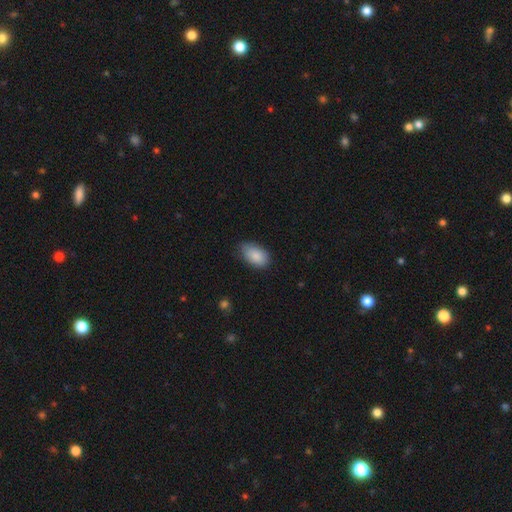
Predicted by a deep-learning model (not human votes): Smooth or featured? smooth (88%)
How rounded? in between (94%)
Merging? none (76%)